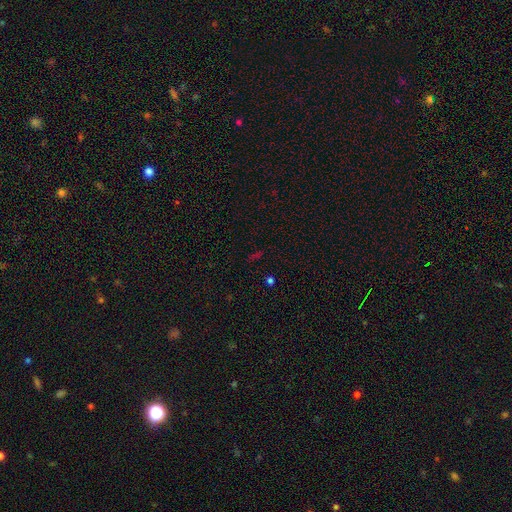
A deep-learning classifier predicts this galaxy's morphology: star or artifact 58%, smooth 32%, featured or disk 10%.